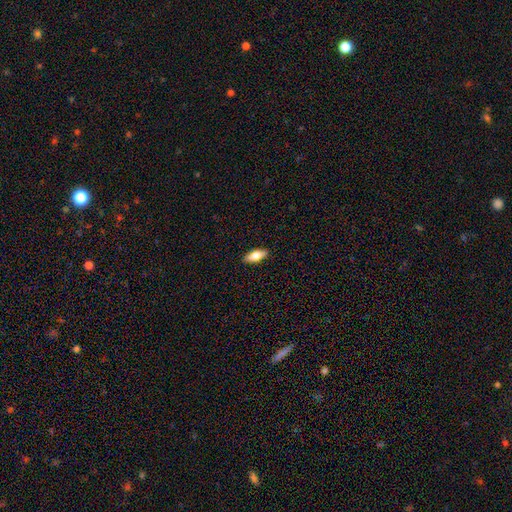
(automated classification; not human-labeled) The model was most divided on "smooth or featured": smooth: 67%, featured or disk: 27%, star or artifact: 6%. More confident: merging — none (89%); how rounded — in between (73%).